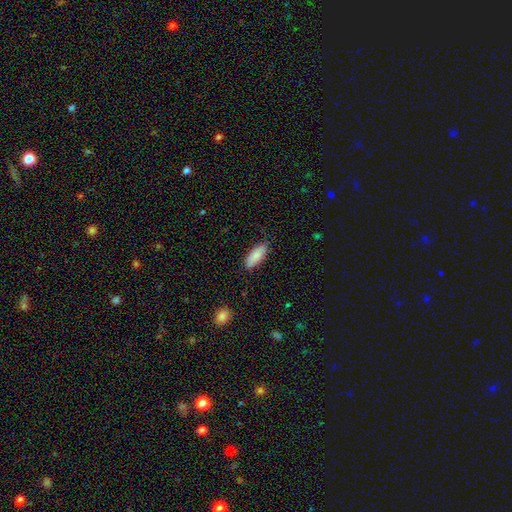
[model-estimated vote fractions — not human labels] A smooth galaxy with no disk features (87%) that is in between round and cigar-shaped (76%).

Vote fractions:
- Smooth or featured? smooth: 87% / featured or disk: 7% / star or artifact: 6%
- How rounded? in between: 76% / cigar-shaped: 22% / round: 2%
- Merging? none: 82% / minor disturbance: 14% / major disturbance: 2% / merger: 1%